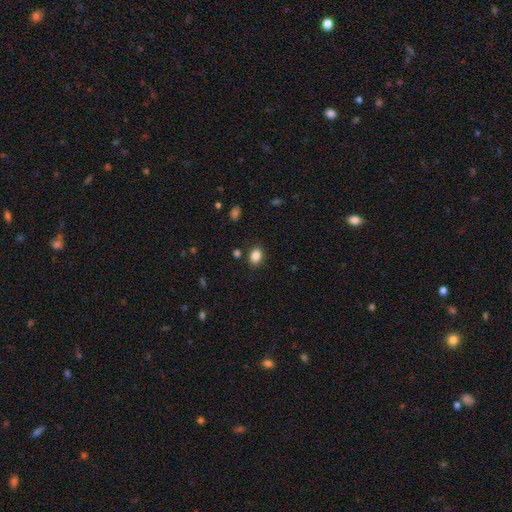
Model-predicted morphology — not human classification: Overall: smooth (85%). How rounded: in between (60%; round 39%). Merging: none (85%).